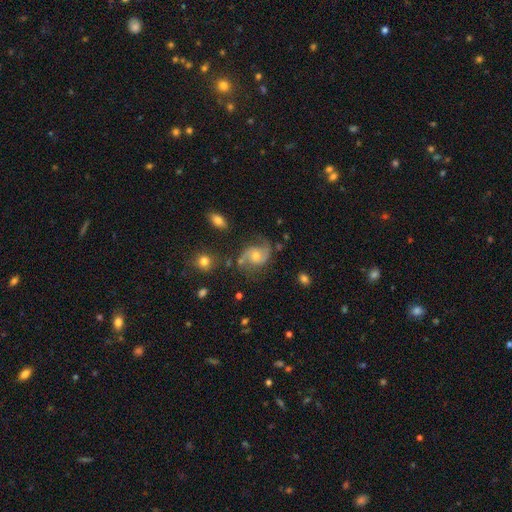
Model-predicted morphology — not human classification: Smooth or featured? Predicted: featured or disk (p=0.83). Edge-on disk? Predicted: no (p=0.98). Bar? Predicted: no (p=0.66). Spiral arms? Predicted: yes (p=0.96). Spiral winding? Predicted: medium (p=0.50). Spiral arm count? Predicted: 2 (p=0.90). Bulge size? Predicted: moderate (p=0.64). Merging? Predicted: none (p=0.67).